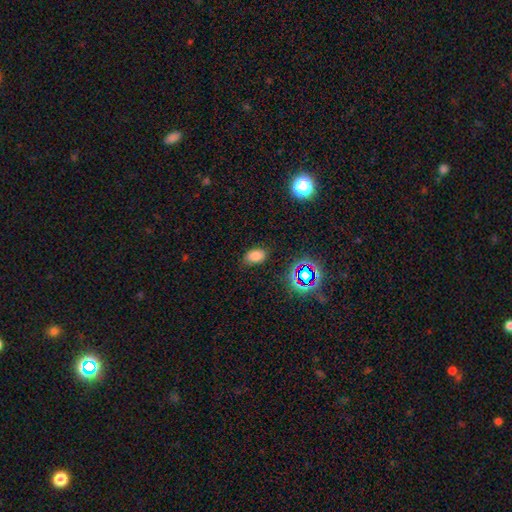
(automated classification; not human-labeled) smooth-or-featured: smooth: 74% | star or artifact: 19% | featured or disk: 8%
  how-rounded: in between: 88% | round: 11% | cigar-shaped: 1%
  merging: none: 80% | minor disturbance: 15% | major disturbance: 4% | merger: 1%